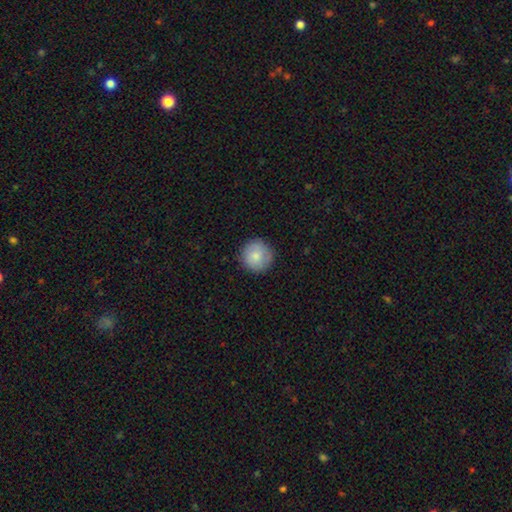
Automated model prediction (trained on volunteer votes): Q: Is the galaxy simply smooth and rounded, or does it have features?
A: smooth — 81%.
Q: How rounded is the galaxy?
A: round — 95%.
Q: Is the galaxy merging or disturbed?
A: none — 87%.